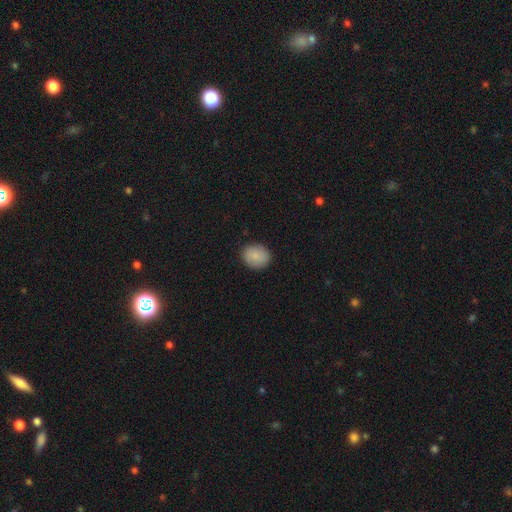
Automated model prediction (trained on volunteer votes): smooth 86%, star or artifact 7%, featured or disk 7%. Down the decision tree: how rounded — round (72%); merging — none (89%).